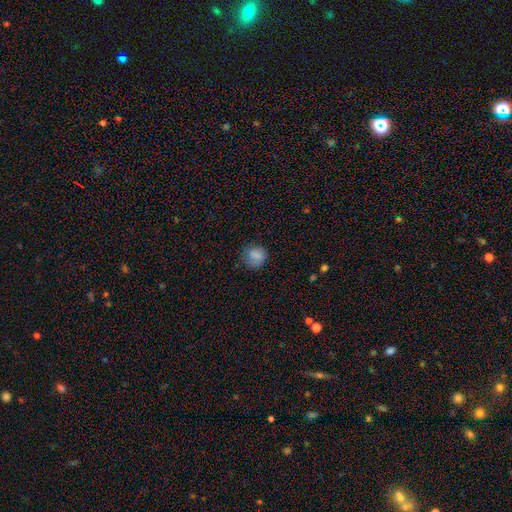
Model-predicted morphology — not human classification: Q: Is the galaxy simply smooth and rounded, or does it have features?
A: smooth — 81%.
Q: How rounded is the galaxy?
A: round — 79%.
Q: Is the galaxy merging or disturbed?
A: none — 71%.